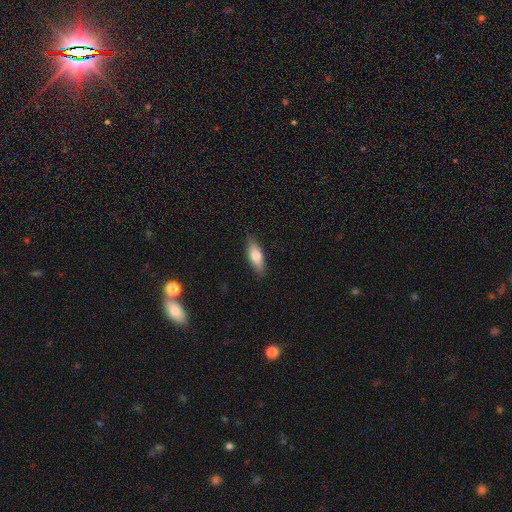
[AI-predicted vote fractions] A smooth galaxy with no disk features (72%) that is in between round and cigar-shaped (56%). Merging: none (87%).